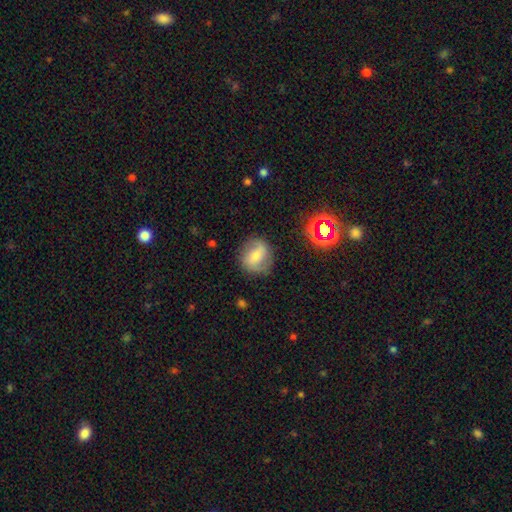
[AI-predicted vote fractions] Smooth or featured?
  - featured or disk: 47% *
  - smooth: 42%
  - star or artifact: 11%
Merging?
  - none: 77% *
  - minor disturbance: 16%
  - major disturbance: 6%
  - merger: 2%